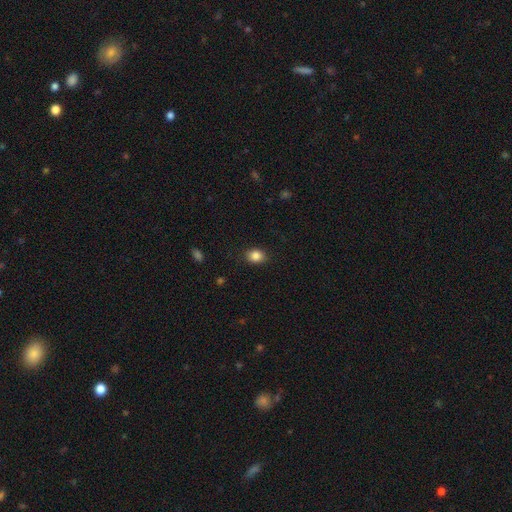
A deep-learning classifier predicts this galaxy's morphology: This appears to be a smooth galaxy with no disk features (86%) that is in between round and cigar-shaped (52%). Merging: none (87%).